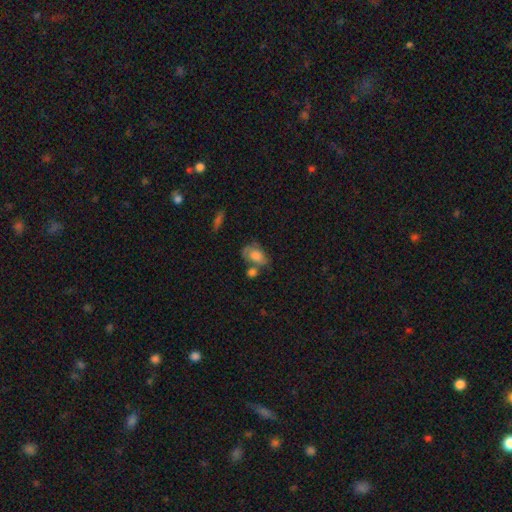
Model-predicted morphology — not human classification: smooth 69%, featured or disk 23%, star or artifact 8%. Down the decision tree: how rounded — in between (81%); merging — none (34%).